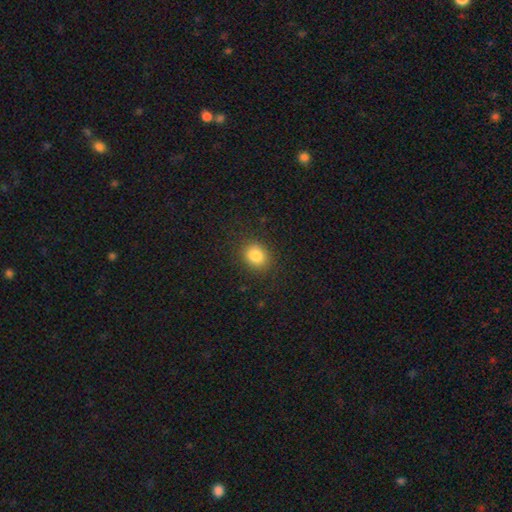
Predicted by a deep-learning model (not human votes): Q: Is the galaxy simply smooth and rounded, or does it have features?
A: smooth — 84%.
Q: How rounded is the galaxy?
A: round — 63%.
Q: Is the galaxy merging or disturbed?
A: none — 86%.